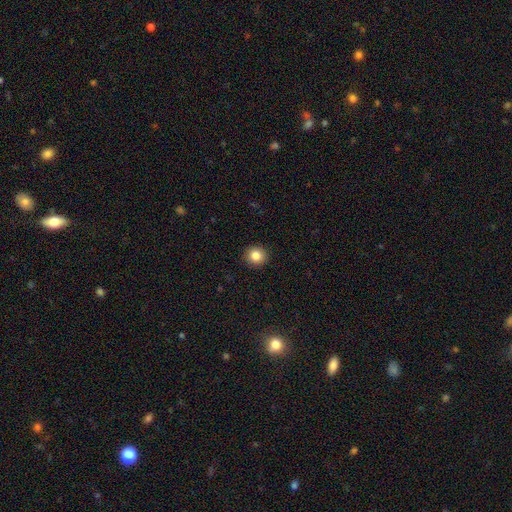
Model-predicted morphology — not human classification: Smooth or featured? smooth (85%)
How rounded? round (92%)
Merging? none (92%)